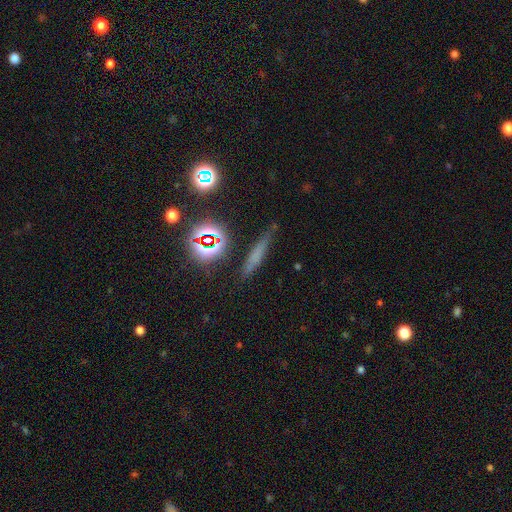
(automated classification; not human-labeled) Smooth or featured: smooth — 55% (featured or disk — 24%)
How rounded: cigar-shaped — 86% (in between — 8%)
Merging: none — 81% (minor disturbance — 13%)